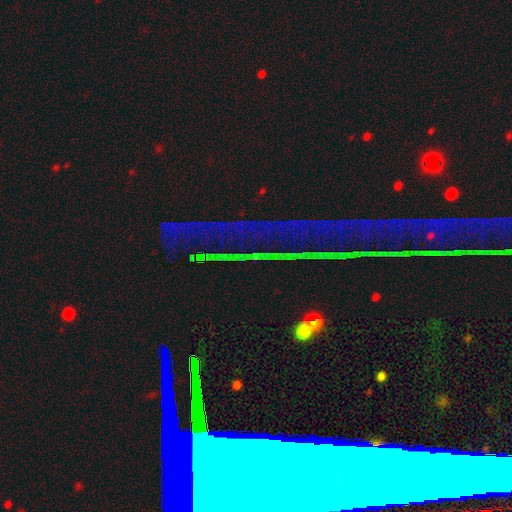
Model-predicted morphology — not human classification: Smooth or featured? star or artifact (70%)